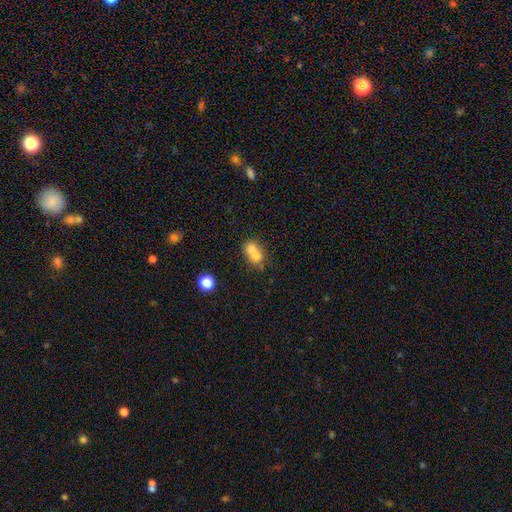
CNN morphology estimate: Smooth or featured?
  - smooth: 68% *
  - featured or disk: 21%
  - star or artifact: 11%
How rounded?
  - round: 58% *
  - in between: 40%
  - cigar-shaped: 1%
Merging?
  - merger: 67% *
  - none: 24%
  - minor disturbance: 6%
  - major disturbance: 3%